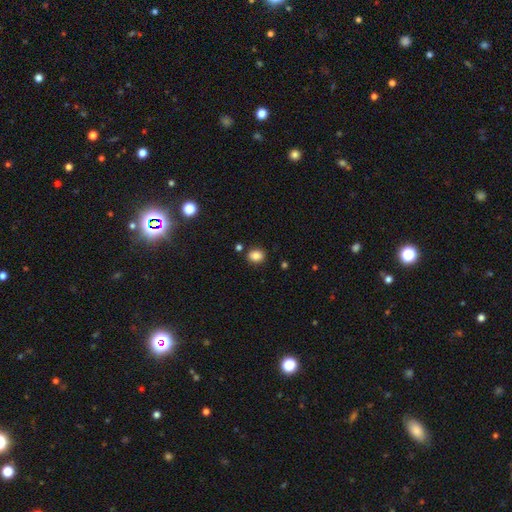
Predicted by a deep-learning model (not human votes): A smooth galaxy with no disk features (84%) that is round (56%).

Vote fractions:
- Smooth or featured? smooth: 84% / star or artifact: 10% / featured or disk: 5%
- How rounded? round: 56% / in between: 43% / cigar-shaped: 1%
- Merging? none: 84% / minor disturbance: 9% / merger: 5% / major disturbance: 2%